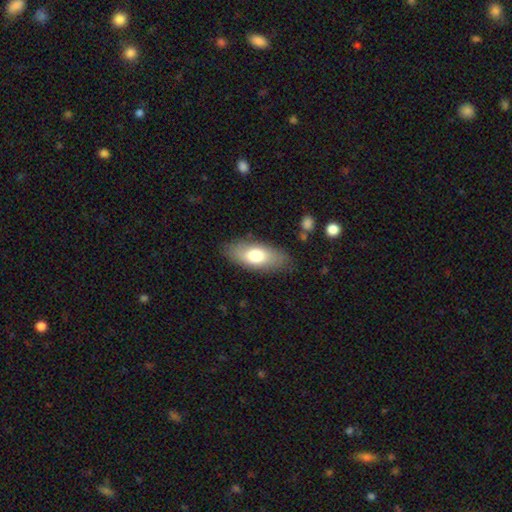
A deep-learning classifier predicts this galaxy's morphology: smooth-or-featured: smooth: 70% | featured or disk: 24% | star or artifact: 7%
  how-rounded: in between: 85% | cigar-shaped: 12% | round: 4%
  merging: none: 82% | minor disturbance: 13% | major disturbance: 4% | merger: 2%